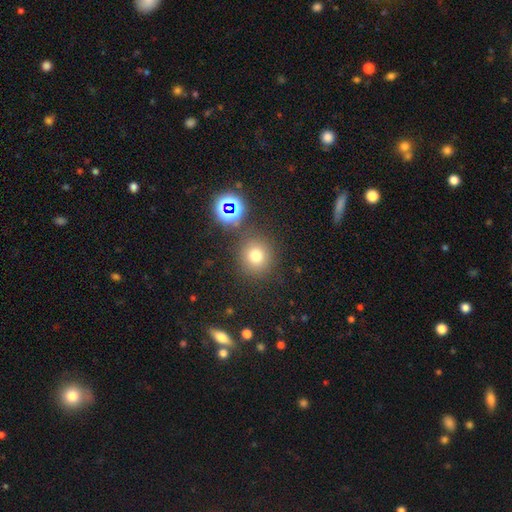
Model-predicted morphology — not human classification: A smooth galaxy with no disk features (73%) that is round (89%).

Vote fractions:
- Smooth or featured? smooth: 73% / star or artifact: 19% / featured or disk: 8%
- How rounded? round: 89% / in between: 10% / cigar-shaped: 1%
- Merging? none: 80% / minor disturbance: 9% / merger: 6% / major disturbance: 4%